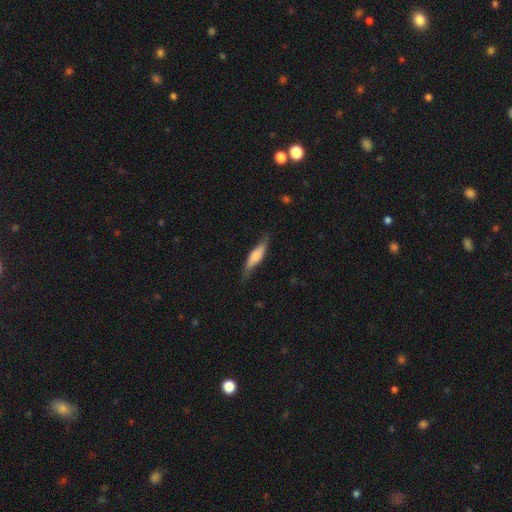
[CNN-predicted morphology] A smooth galaxy with no disk features (55%) that is cigar-shaped (73%).

Vote fractions:
- Smooth or featured? smooth: 55% / featured or disk: 39% / star or artifact: 6%
- How rounded? cigar-shaped: 73% / in between: 25% / round: 2%
- Merging? none: 73% / minor disturbance: 21% / major disturbance: 4% / merger: 1%